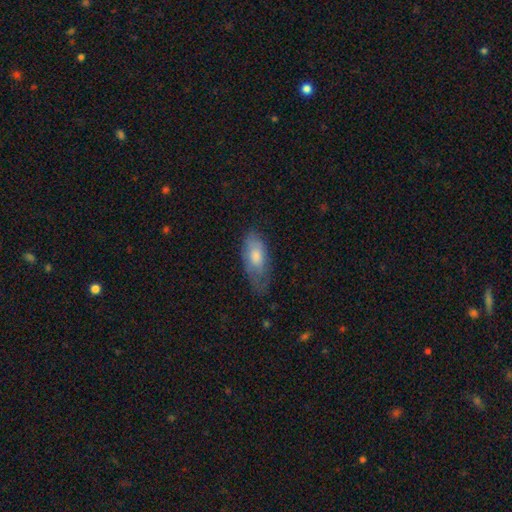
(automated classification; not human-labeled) This appears to be a smooth galaxy with no disk features (67%) that is in between round and cigar-shaped (83%). Merging: none (49%).